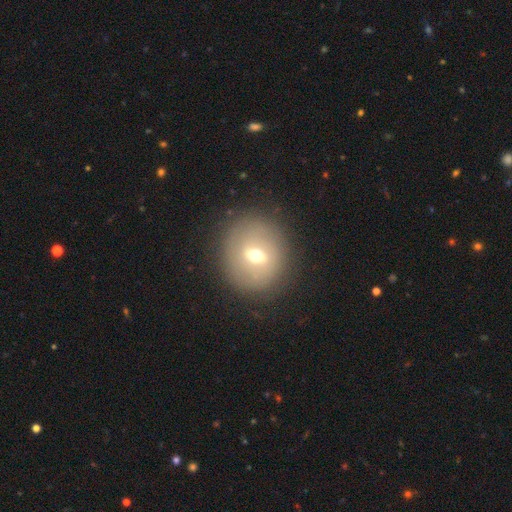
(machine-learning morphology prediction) The model was most divided on "smooth or featured": smooth: 49%, featured or disk: 40%, star or artifact: 12%. More confident: merging — none (83%).